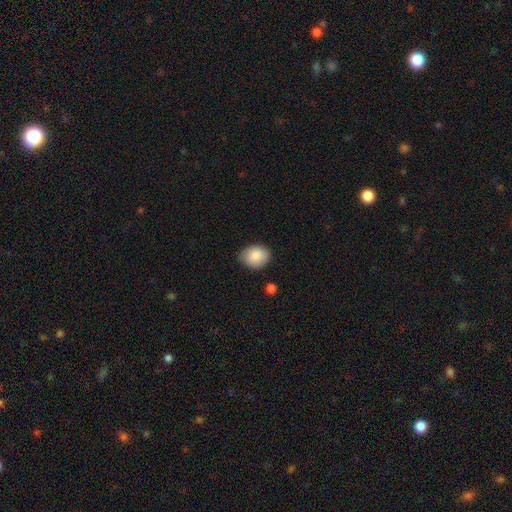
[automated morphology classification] Smooth or featured?
  - smooth: 87% *
  - star or artifact: 7%
  - featured or disk: 6%
How rounded?
  - in between: 58% *
  - round: 41%
  - cigar-shaped: 1%
Merging?
  - none: 77% *
  - minor disturbance: 19%
  - major disturbance: 3%
  - merger: 2%